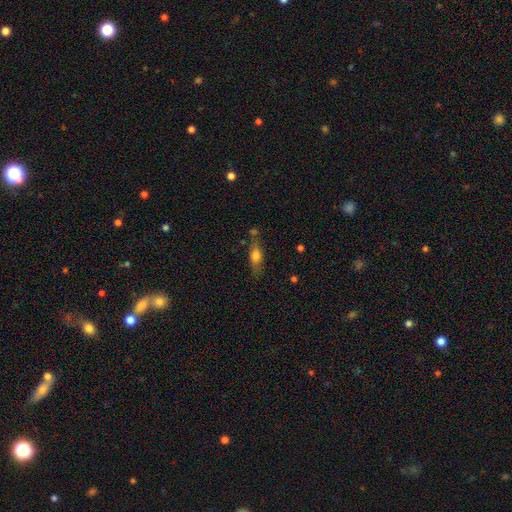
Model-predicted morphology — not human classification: The model was most divided on "how rounded": in between: 63%, cigar-shaped: 30%, round: 7%. More confident: smooth or featured — smooth (66%); merging — none (64%).